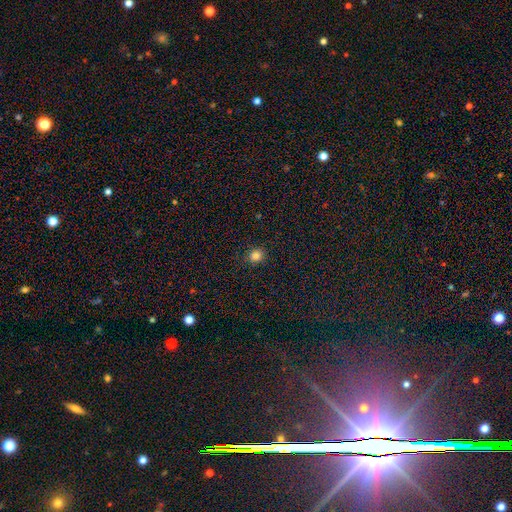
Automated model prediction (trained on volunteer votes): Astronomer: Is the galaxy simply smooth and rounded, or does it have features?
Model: smooth — 83%.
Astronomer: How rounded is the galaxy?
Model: round — 83%.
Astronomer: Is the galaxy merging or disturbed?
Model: none — 90%.